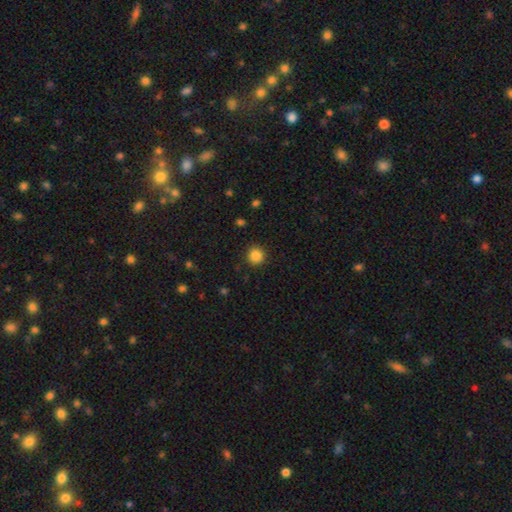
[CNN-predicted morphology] Q: Smooth or featured?
A: smooth (85%); runner-up: star or artifact (11%)
Q: How rounded?
A: round (94%); runner-up: in between (5%)
Q: Merging?
A: none (91%); runner-up: minor disturbance (6%)